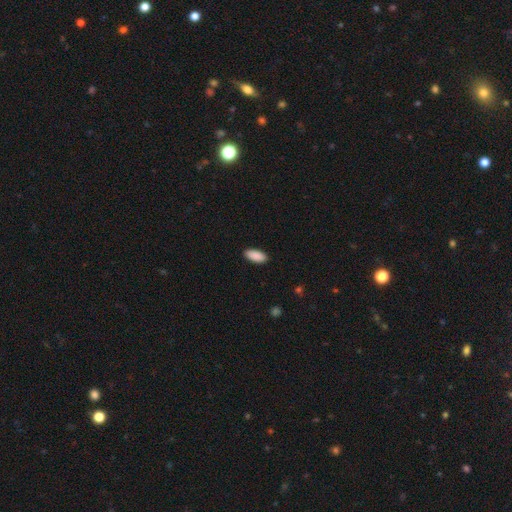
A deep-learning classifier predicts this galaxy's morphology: Smooth or featured?
  - smooth: 91% *
  - star or artifact: 6%
  - featured or disk: 3%
How rounded?
  - in between: 90% *
  - cigar-shaped: 9%
  - round: 2%
Merging?
  - none: 90% *
  - minor disturbance: 8%
  - major disturbance: 2%
  - merger: 1%